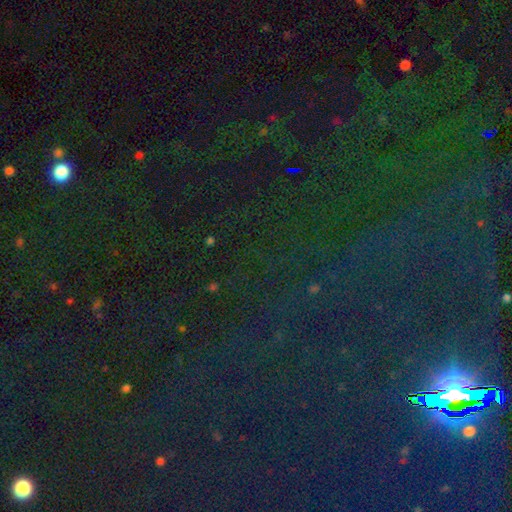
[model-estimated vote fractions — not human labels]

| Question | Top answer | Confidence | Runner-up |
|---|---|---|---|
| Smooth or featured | star or artifact | 83% | smooth (10%) |